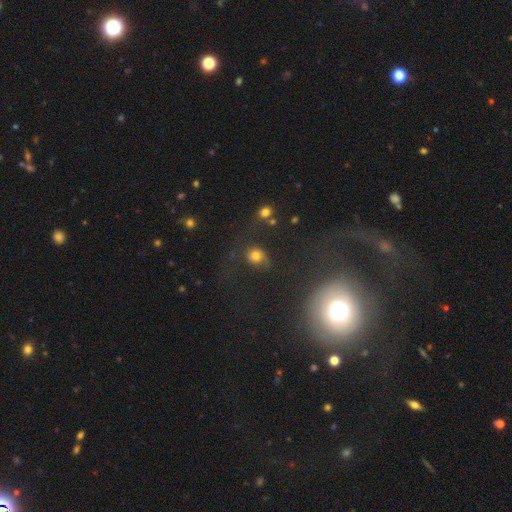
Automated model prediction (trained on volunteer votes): Smooth or featured?
  - smooth: 73% *
  - star or artifact: 16%
  - featured or disk: 11%
How rounded?
  - round: 74% *
  - in between: 25%
  - cigar-shaped: 1%
Merging?
  - none: 57% *
  - minor disturbance: 21%
  - major disturbance: 16%
  - merger: 6%